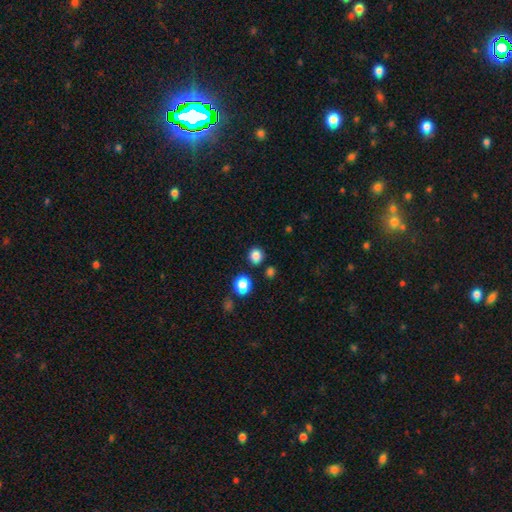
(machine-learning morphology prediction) Smooth or featured: smooth — 84% (star or artifact — 12%)
How rounded: round — 83% (in between — 16%)
Merging: none — 86% (minor disturbance — 7%)